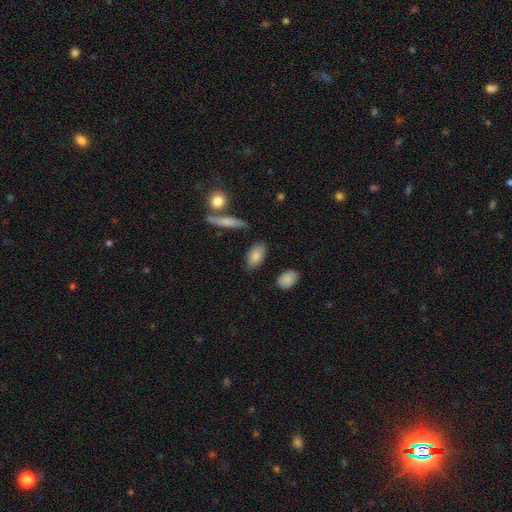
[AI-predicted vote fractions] Smooth or featured: smooth — 83% (featured or disk — 11%)
How rounded: in between — 90% (cigar-shaped — 7%)
Merging: none — 81% (minor disturbance — 12%)